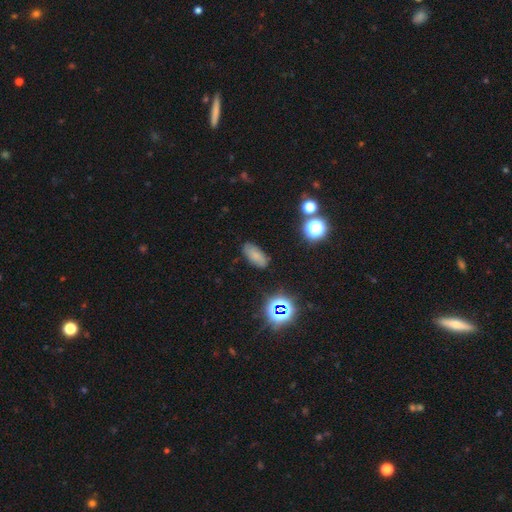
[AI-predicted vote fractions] Smooth or featured? Predicted: smooth (p=0.72). How rounded? Predicted: in between (p=0.87). Merging? Predicted: none (p=0.81).